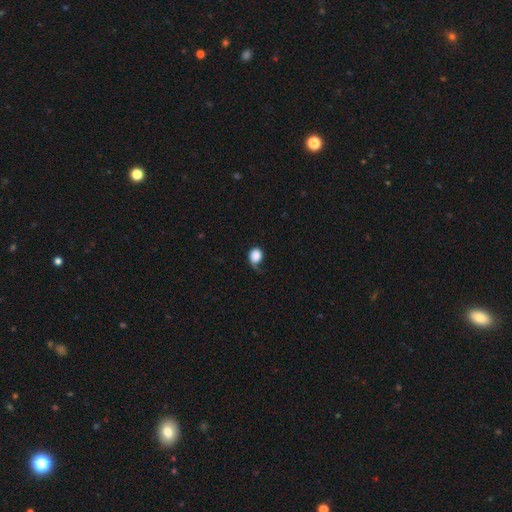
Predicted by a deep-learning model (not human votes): Smooth or featured?
  - smooth: 84% *
  - featured or disk: 8%
  - star or artifact: 8%
How rounded?
  - round: 63% *
  - in between: 36%
  - cigar-shaped: 1%
Merging?
  - none: 40% *
  - minor disturbance: 34%
  - major disturbance: 23%
  - merger: 3%